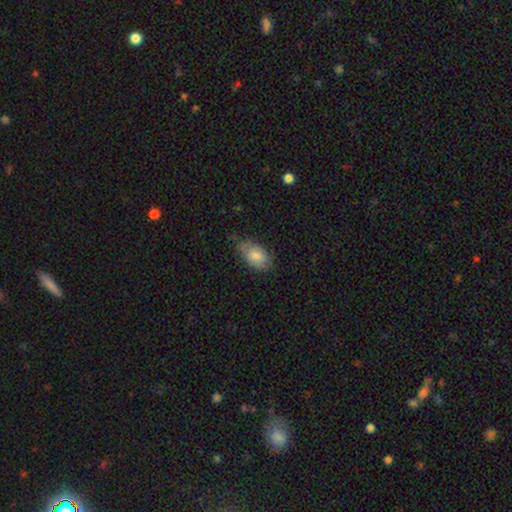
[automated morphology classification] smooth 76%, featured or disk 17%, star or artifact 7%. Down the decision tree: how rounded — in between (93%); merging — none (66%).